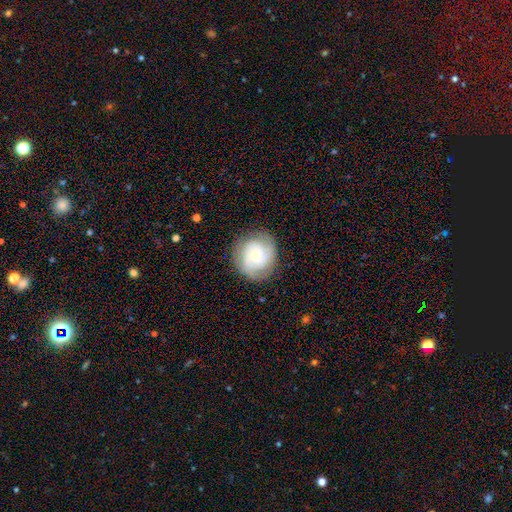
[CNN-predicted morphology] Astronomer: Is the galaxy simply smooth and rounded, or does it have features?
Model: featured or disk — 61%.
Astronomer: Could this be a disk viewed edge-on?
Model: no — 98%.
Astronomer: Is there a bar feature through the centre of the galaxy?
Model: no — 68%.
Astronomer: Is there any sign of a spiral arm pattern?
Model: yes — 92%.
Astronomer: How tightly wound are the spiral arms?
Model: tight — 54% (runner-up: medium, 36%).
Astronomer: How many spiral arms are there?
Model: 2 — 44% (runner-up: can't tell, 23%).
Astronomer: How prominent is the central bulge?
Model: small — 59%.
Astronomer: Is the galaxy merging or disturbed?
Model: none — 82%.